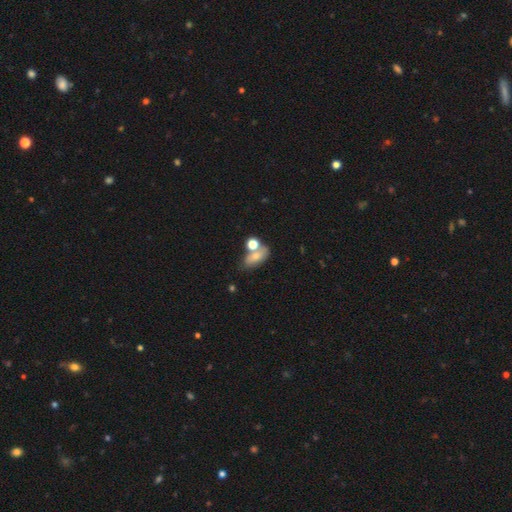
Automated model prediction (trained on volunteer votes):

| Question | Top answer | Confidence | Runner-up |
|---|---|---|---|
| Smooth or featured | smooth | 68% | featured or disk (20%) |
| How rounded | in between | 79% | round (16%) |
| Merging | none | 43% | merger (31%) |